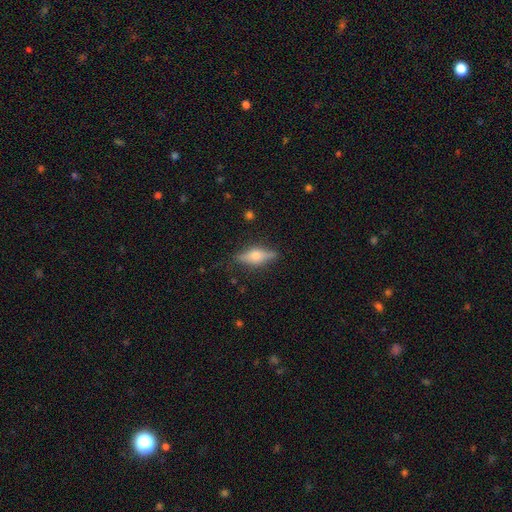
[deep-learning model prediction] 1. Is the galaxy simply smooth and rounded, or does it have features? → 52% featured or disk, 41% smooth, 7% star or artifact.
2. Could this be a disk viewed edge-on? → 92% yes, 8% no.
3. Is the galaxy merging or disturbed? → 81% none, 14% minor disturbance, 4% major disturbance, 1% merger.